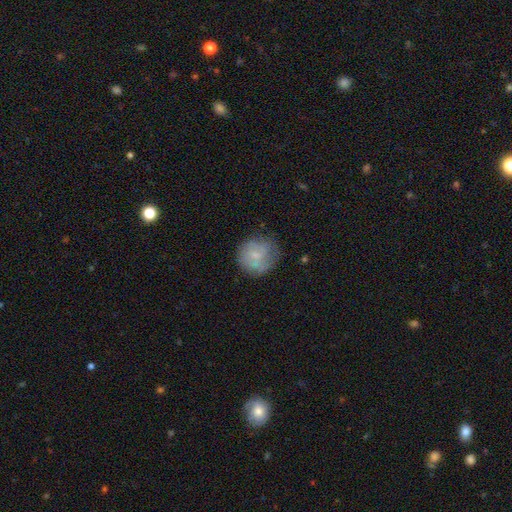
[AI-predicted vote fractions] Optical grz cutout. It shows a smooth galaxy with no disk features (61%) that is round (85%). Merging: none (60%).